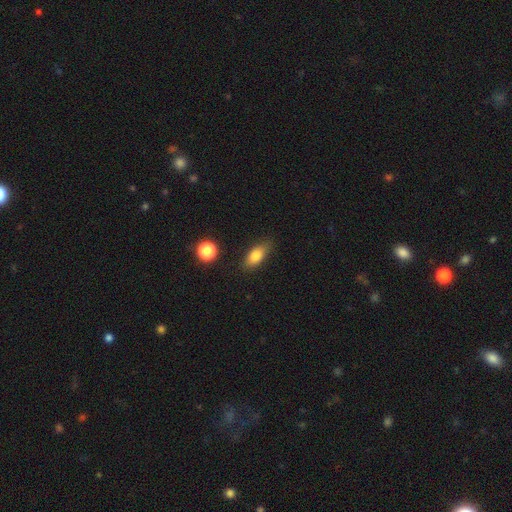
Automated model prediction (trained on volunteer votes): smooth-or-featured: smooth: 81% | featured or disk: 11% | star or artifact: 8%
  how-rounded: in between: 82% | cigar-shaped: 12% | round: 6%
  merging: none: 80% | minor disturbance: 15% | major disturbance: 3% | merger: 2%